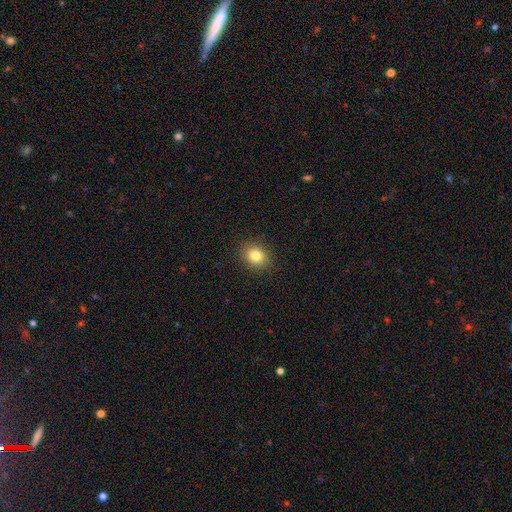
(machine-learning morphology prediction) smooth 82%, star or artifact 11%, featured or disk 7%. Down the decision tree: how rounded — round (58%); merging — none (90%).